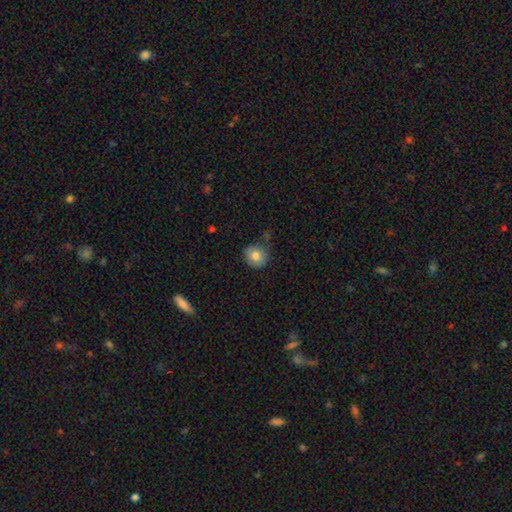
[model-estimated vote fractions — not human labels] smooth-or-featured: smooth: 80% | featured or disk: 11% | star or artifact: 9%
  how-rounded: round: 88% | in between: 11% | cigar-shaped: 1%
  merging: none: 78% | minor disturbance: 15% | merger: 3% | major disturbance: 3%